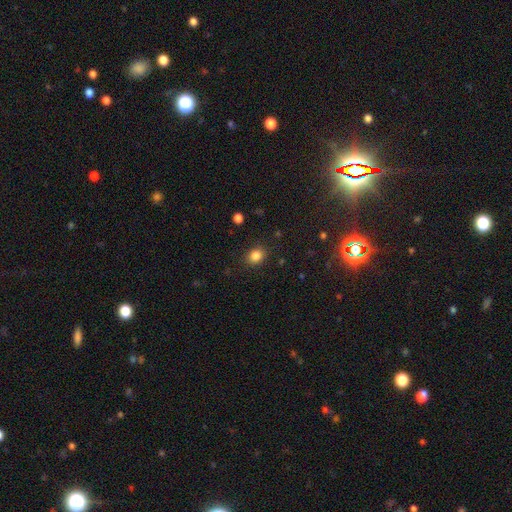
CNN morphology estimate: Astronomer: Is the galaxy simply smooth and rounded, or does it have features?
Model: smooth — 85%.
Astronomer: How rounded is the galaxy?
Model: round — 51% (runner-up: in between, 49%).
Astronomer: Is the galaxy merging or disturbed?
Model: none — 87%.